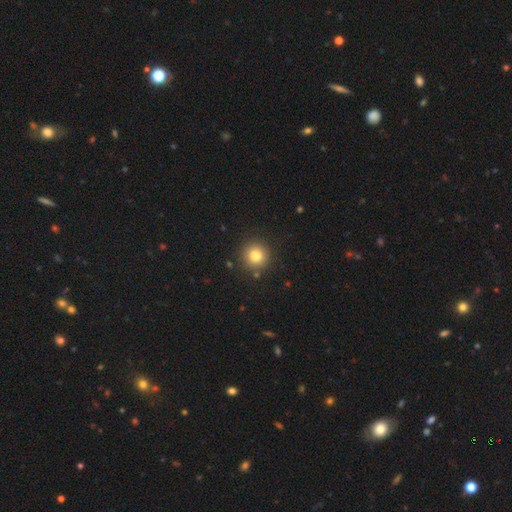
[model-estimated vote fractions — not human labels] This is clearly a smooth galaxy (81%). How rounded: clearly round (95%). Merging: clearly none (90%).